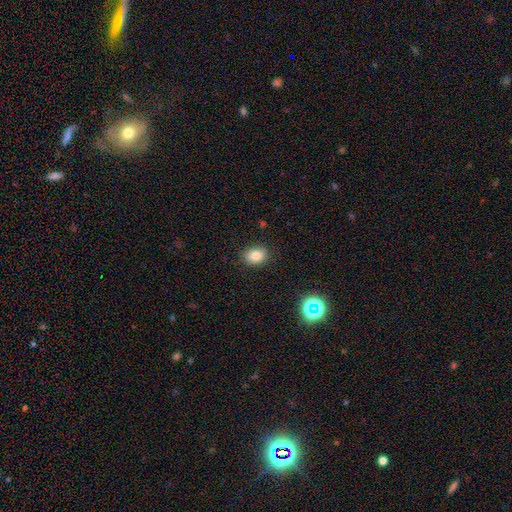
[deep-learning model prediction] Smooth or featured: smooth — 82% (star or artifact — 11%)
How rounded: in between — 65% (round — 34%)
Merging: none — 88% (minor disturbance — 9%)